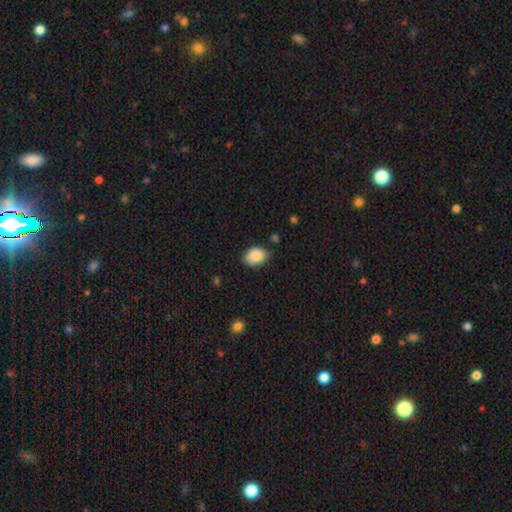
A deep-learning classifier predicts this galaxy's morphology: A smooth galaxy with no disk features (88%) that is in between round and cigar-shaped (72%).

Vote fractions:
- Smooth or featured? smooth: 88% / star or artifact: 7% / featured or disk: 5%
- How rounded? in between: 72% / round: 27% / cigar-shaped: 1%
- Merging? none: 75% / minor disturbance: 20% / major disturbance: 3% / merger: 2%